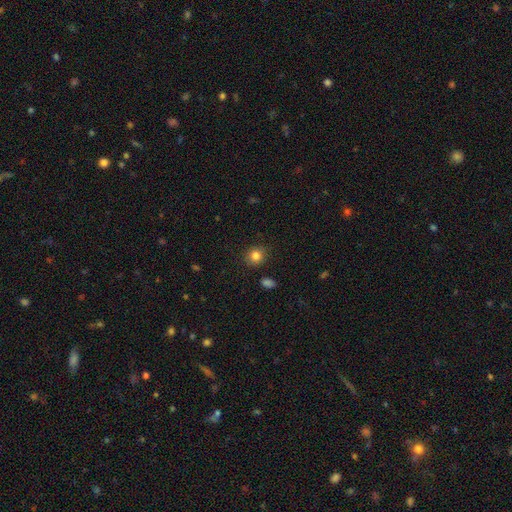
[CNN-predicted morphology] smooth-or-featured: smooth: 83% | star or artifact: 11% | featured or disk: 6%
  how-rounded: round: 83% | in between: 16% | cigar-shaped: 1%
  merging: none: 87% | minor disturbance: 9% | major disturbance: 2% | merger: 2%